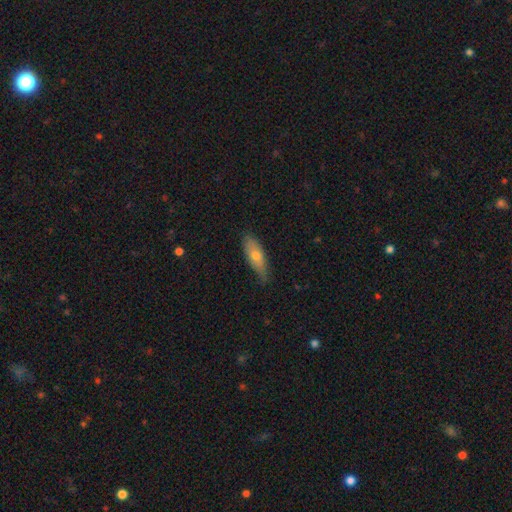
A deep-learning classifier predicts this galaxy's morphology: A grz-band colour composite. It shows a smooth galaxy with no disk features (63%) that is in between round and cigar-shaped (57%). Merging: none (70%).